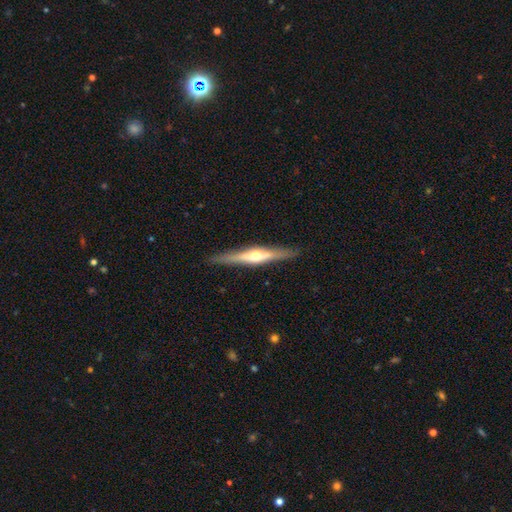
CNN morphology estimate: Smooth or featured? featured or disk (73%)
Edge-on disk? yes (96%)
Edge-on bulge? rounded (91%)
Merging? none (89%)